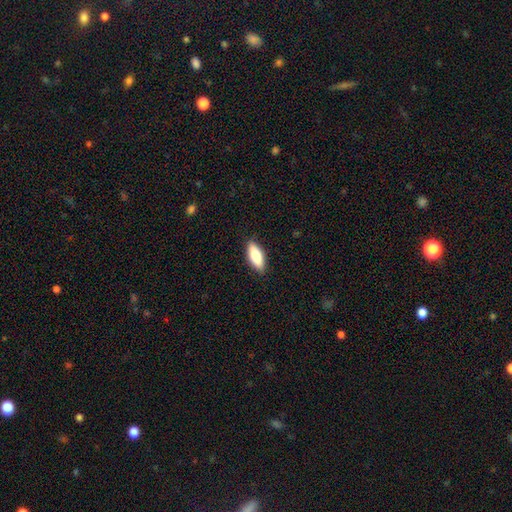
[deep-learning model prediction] A smooth galaxy with no disk features (77%) that is in between round and cigar-shaped (71%).

Vote fractions:
- Smooth or featured? smooth: 77% / featured or disk: 17% / star or artifact: 6%
- How rounded? in between: 71% / cigar-shaped: 27% / round: 2%
- Merging? none: 87% / minor disturbance: 10% / major disturbance: 2% / merger: 1%